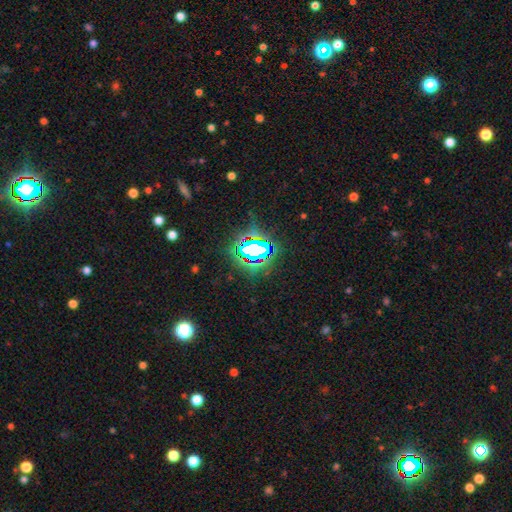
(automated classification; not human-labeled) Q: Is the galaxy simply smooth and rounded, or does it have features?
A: star or artifact — 69%.